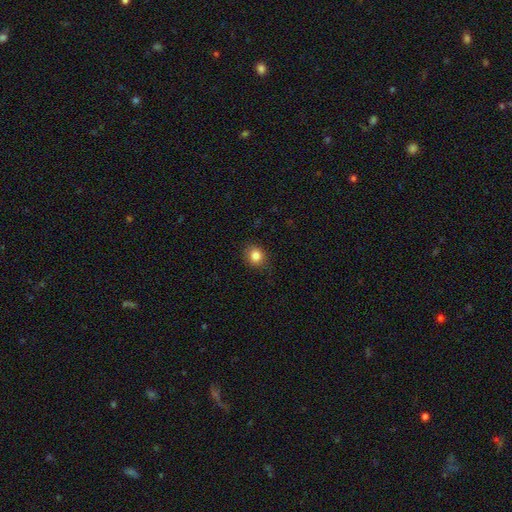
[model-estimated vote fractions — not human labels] A smooth galaxy with no disk features (84%) that is round (73%). Merging: none (86%).